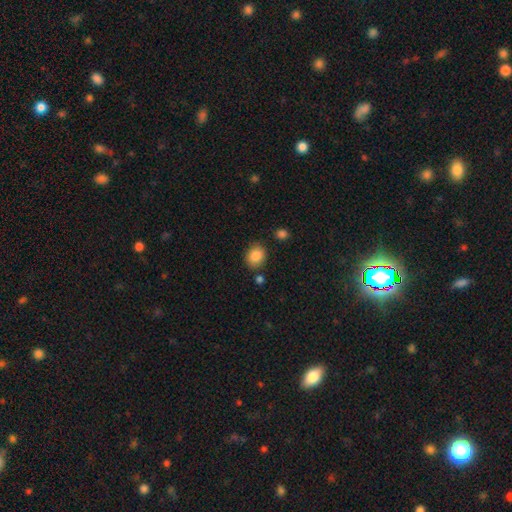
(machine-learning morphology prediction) The model was most divided on "how rounded": round: 54%, in between: 45%, cigar-shaped: 1%. More confident: smooth or featured — smooth (86%); merging — none (81%).